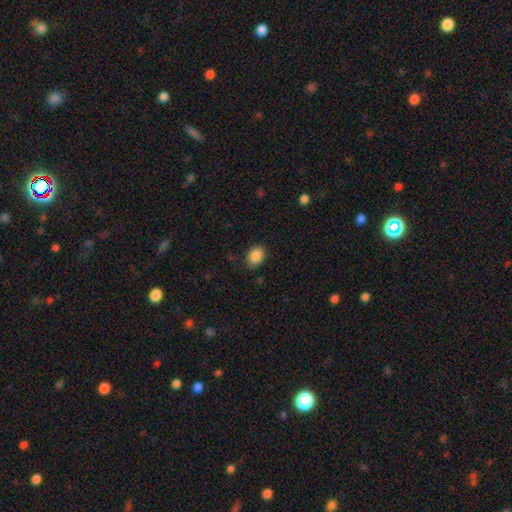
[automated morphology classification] A smooth galaxy with no disk features (88%) that is in between round and cigar-shaped (67%). Merging: none (84%).